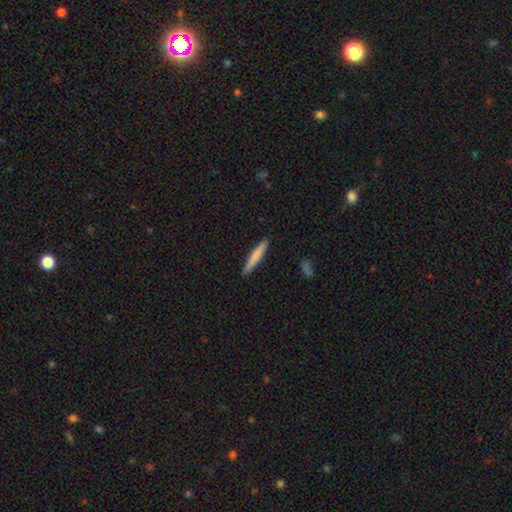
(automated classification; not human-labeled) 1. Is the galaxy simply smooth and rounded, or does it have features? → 74% smooth, 20% featured or disk, 5% star or artifact.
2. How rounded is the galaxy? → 94% cigar-shaped, 5% in between, 1% round.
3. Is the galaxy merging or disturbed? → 91% none, 7% minor disturbance, 1% major disturbance, 1% merger.